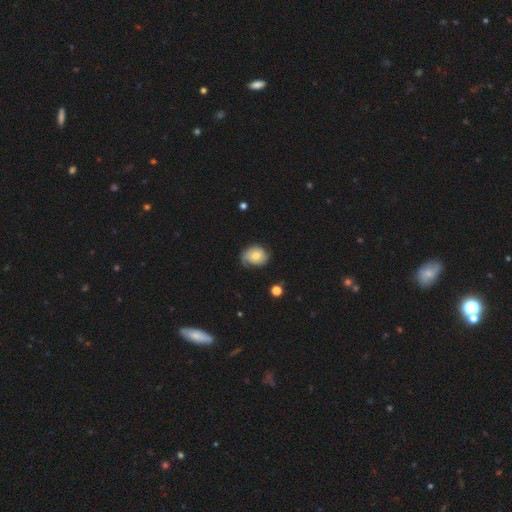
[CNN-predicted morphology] Overall: featured or disk (47%; smooth 45%). Merging: none (54%; minor disturbance 30%).